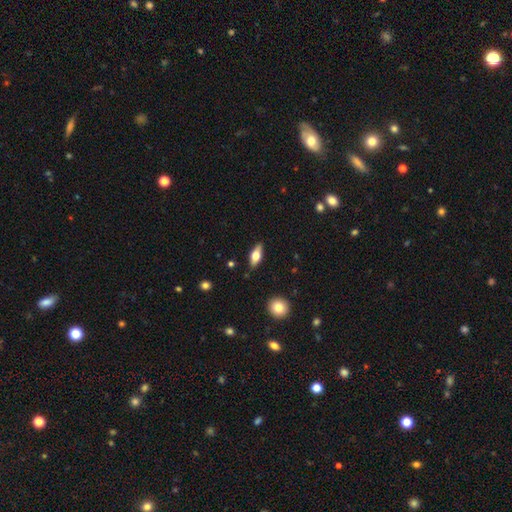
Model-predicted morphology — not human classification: smooth 57%, featured or disk 36%, star or artifact 7%. Down the decision tree: how rounded — in between (74%); merging — none (85%).